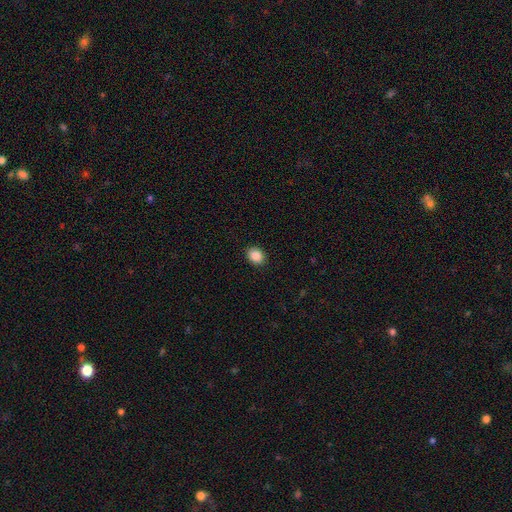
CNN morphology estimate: smooth_or_featured: smooth (p=0.88) [alt: star or artifact p=0.09]
how_rounded: round (p=0.53) [alt: in between p=0.46]
merging: none (p=0.90) [alt: minor disturbance p=0.07]